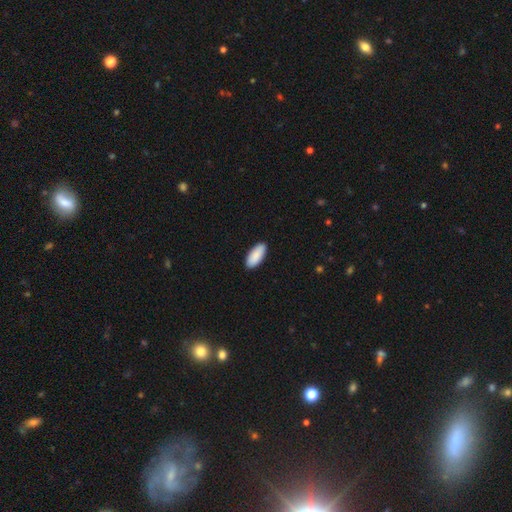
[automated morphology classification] Smooth or featured?
  - smooth: 91% *
  - star or artifact: 5%
  - featured or disk: 4%
How rounded?
  - in between: 89% *
  - cigar-shaped: 10%
  - round: 2%
Merging?
  - none: 90% *
  - minor disturbance: 8%
  - major disturbance: 1%
  - merger: 1%